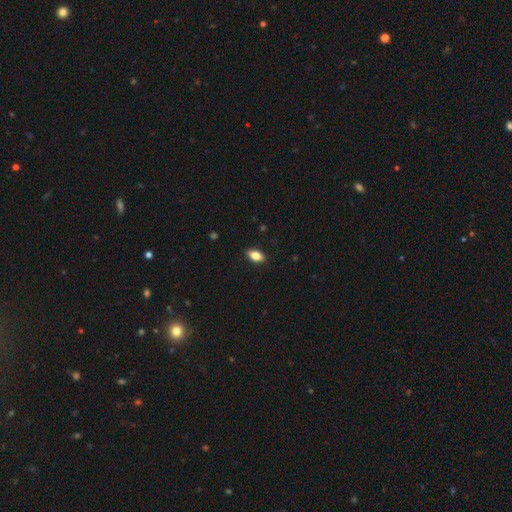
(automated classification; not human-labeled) Smooth or featured? smooth (81%)
How rounded? in between (89%)
Merging? none (88%)